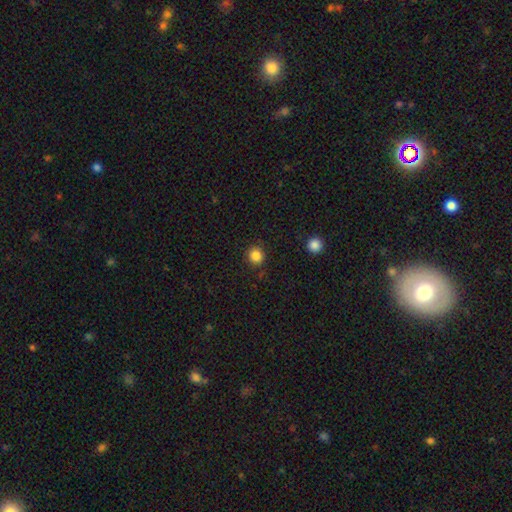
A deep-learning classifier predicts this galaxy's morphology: A smooth galaxy with no disk features (86%) that is round (92%). Merging: none (90%).